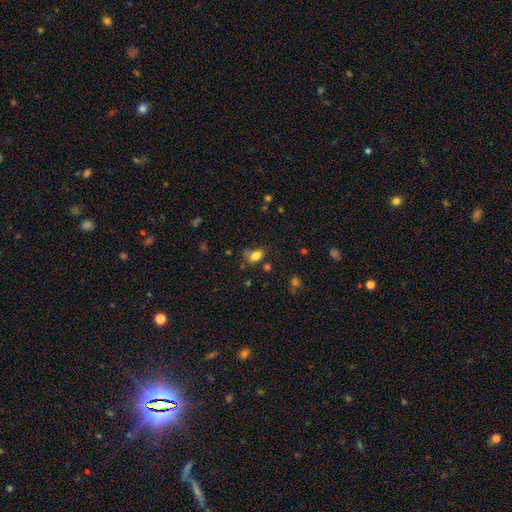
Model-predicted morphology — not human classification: A smooth galaxy with no disk features (80%) that is in between round and cigar-shaped (81%).

Vote fractions:
- Smooth or featured? smooth: 80% / star or artifact: 11% / featured or disk: 9%
- How rounded? in between: 81% / round: 18% / cigar-shaped: 2%
- Merging? none: 53% / minor disturbance: 28% / major disturbance: 11% / merger: 7%